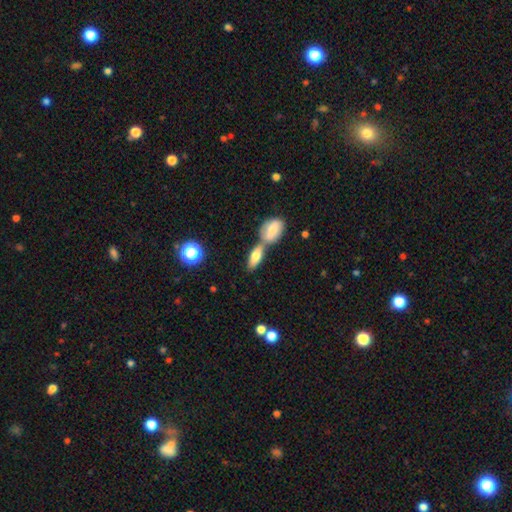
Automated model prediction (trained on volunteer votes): Q: Smooth or featured?
A: smooth (71%); runner-up: featured or disk (21%)
Q: How rounded?
A: in between (74%); runner-up: cigar-shaped (22%)
Q: Merging?
A: merger (46%); runner-up: none (41%)